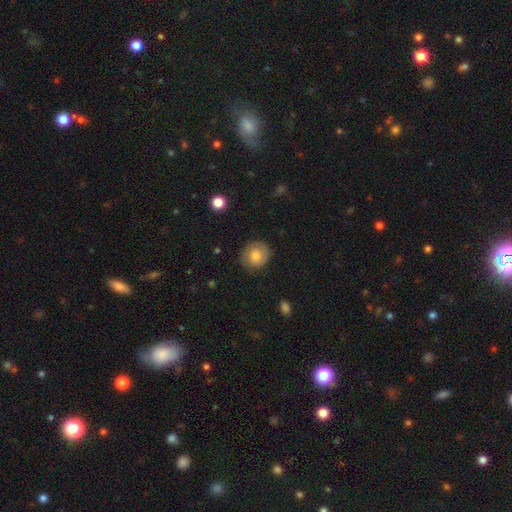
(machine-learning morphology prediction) smooth 63%, featured or disk 29%, star or artifact 8%. Down the decision tree: how rounded — round (84%); merging — none (79%).